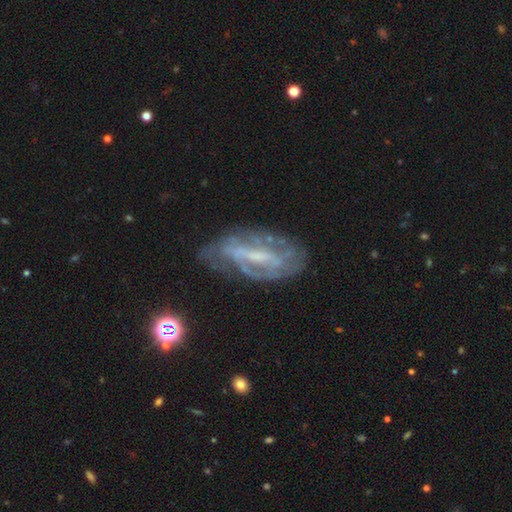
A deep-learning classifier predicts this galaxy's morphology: Overall: featured or disk (76%). Edge-on disk: no (89%). Bar: strong (40%; weak 38%). Spiral arms: yes (69%; no 31%). Bulge size: small (43%; none 27%). Merging: none (61%; minor disturbance 23%).